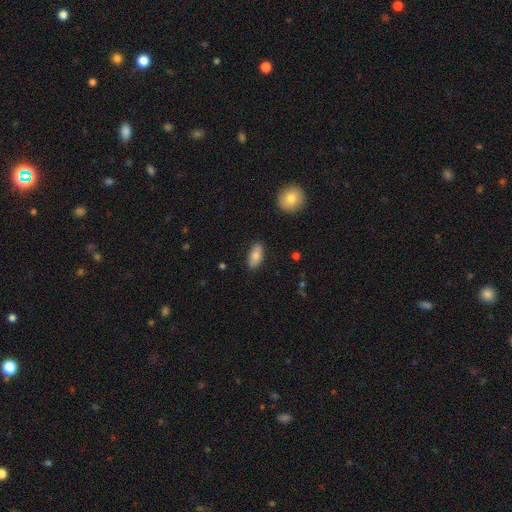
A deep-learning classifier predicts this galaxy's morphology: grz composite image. It shows a smooth galaxy with no disk features (77%) that is in between round and cigar-shaped (89%). Merging: none (86%).